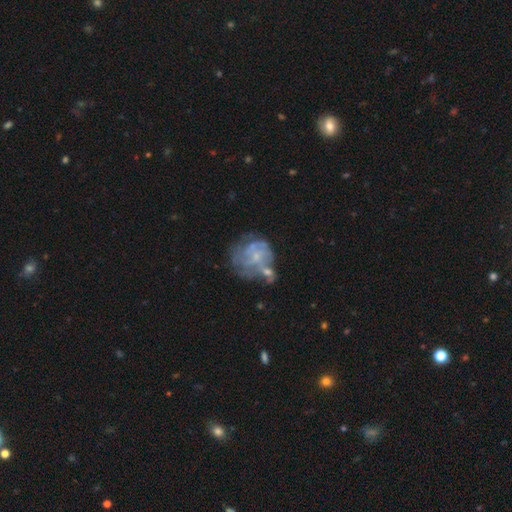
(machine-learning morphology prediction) This appears to be a featured or disk galaxy (70%) with no bar (76%), spiral arms (64%) and a small central bulge (56%). Merging: none (39%).